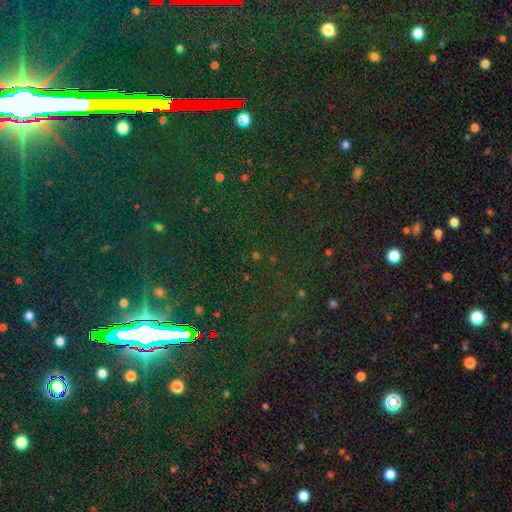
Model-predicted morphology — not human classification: smooth-or-featured: star or artifact: 74% | smooth: 16% | featured or disk: 10%